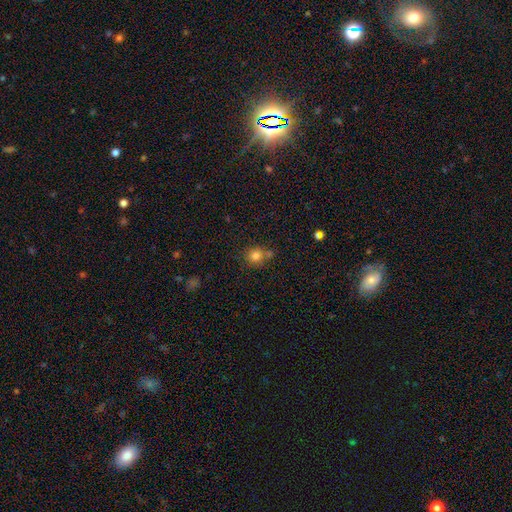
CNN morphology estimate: smooth 81%, star or artifact 12%, featured or disk 7%. Down the decision tree: how rounded — round (87%); merging — none (64%).